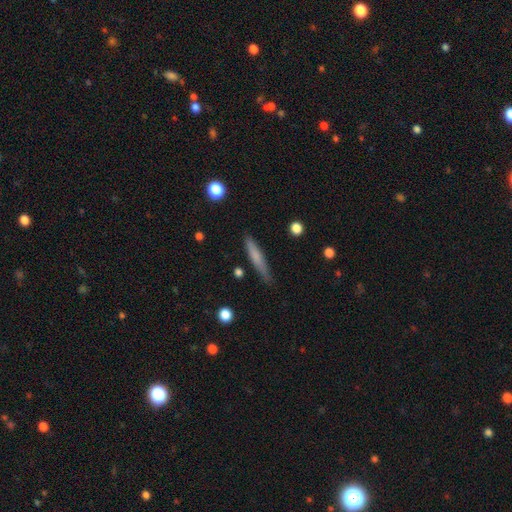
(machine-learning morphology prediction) Smooth or featured? Predicted: smooth (p=0.67). How rounded? Predicted: cigar-shaped (p=0.91). Merging? Predicted: none (p=0.80).